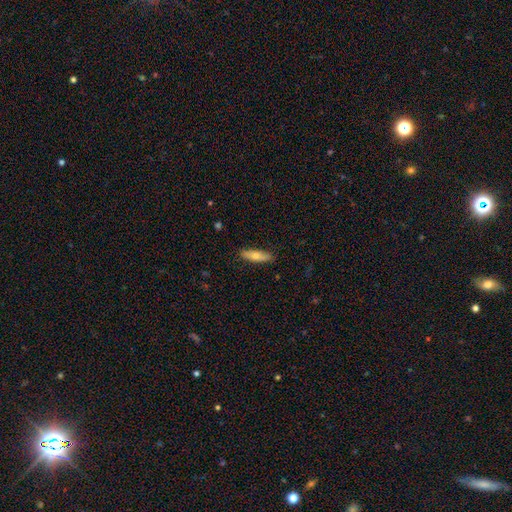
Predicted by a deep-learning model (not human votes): Smooth or featured? smooth (67%)
How rounded? cigar-shaped (62%)
Merging? none (88%)